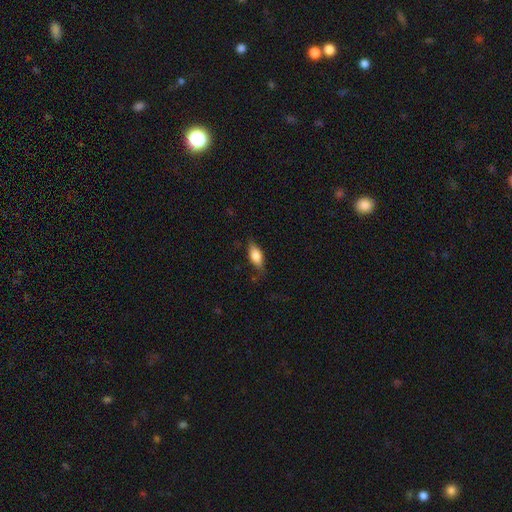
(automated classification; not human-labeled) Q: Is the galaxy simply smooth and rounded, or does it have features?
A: smooth — 73%.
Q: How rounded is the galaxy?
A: in between — 80%.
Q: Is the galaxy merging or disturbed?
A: none — 71%.